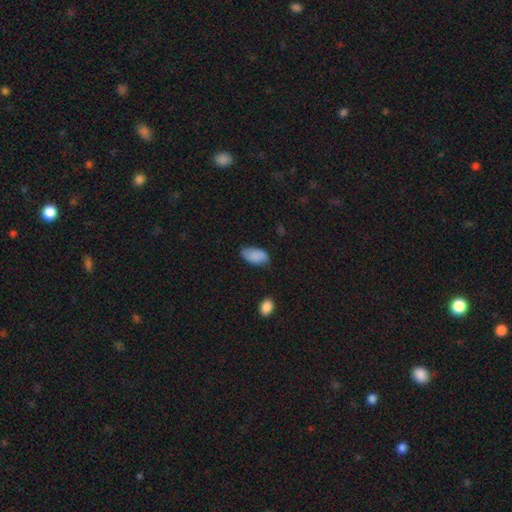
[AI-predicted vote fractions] A smooth galaxy with no disk features (84%) that is in between round and cigar-shaped (94%).

Vote fractions:
- Smooth or featured? smooth: 84% / featured or disk: 8% / star or artifact: 7%
- How rounded? in between: 94% / round: 3% / cigar-shaped: 2%
- Merging? none: 66% / minor disturbance: 27% / major disturbance: 5% / merger: 2%